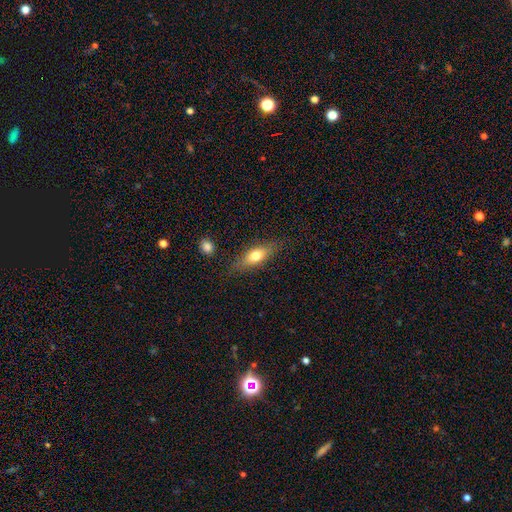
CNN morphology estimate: Q: Smooth or featured?
A: smooth (64%); runner-up: featured or disk (29%)
Q: How rounded?
A: in between (58%); runner-up: cigar-shaped (38%)
Q: Merging?
A: none (79%); runner-up: minor disturbance (15%)